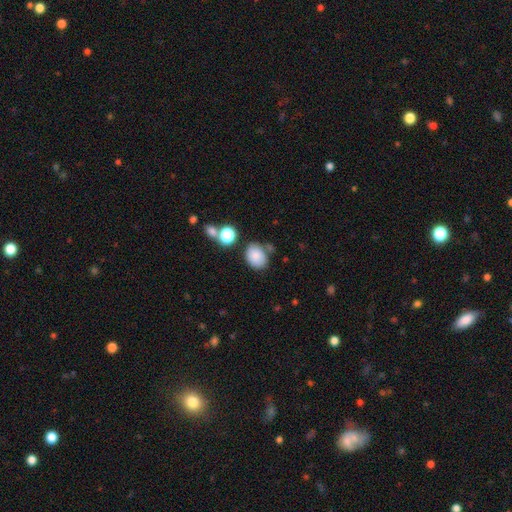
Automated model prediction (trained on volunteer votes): This appears to be a smooth galaxy with no disk features (83%) that is in between round and cigar-shaped (62%). Merging: none (68%).